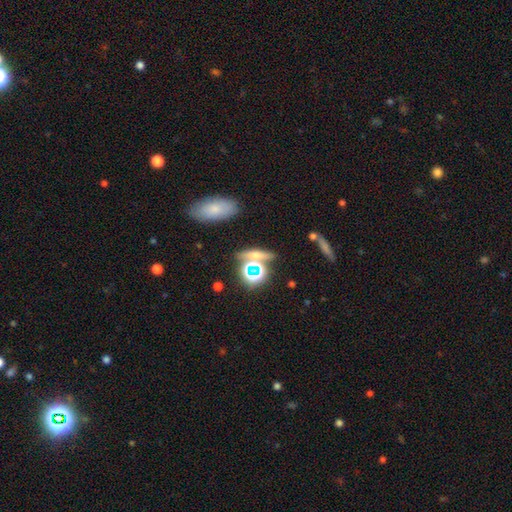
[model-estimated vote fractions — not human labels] Smooth or featured?
  - smooth: 46% *
  - star or artifact: 36%
  - featured or disk: 17%
Merging?
  - none: 69% *
  - merger: 15%
  - minor disturbance: 11%
  - major disturbance: 5%